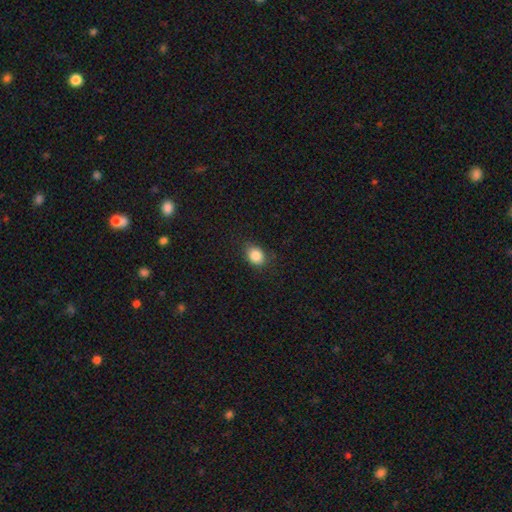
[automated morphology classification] The model was most divided on "how rounded": in between: 54%, round: 45%, cigar-shaped: 1%. More confident: smooth or featured — smooth (85%); merging — none (79%).